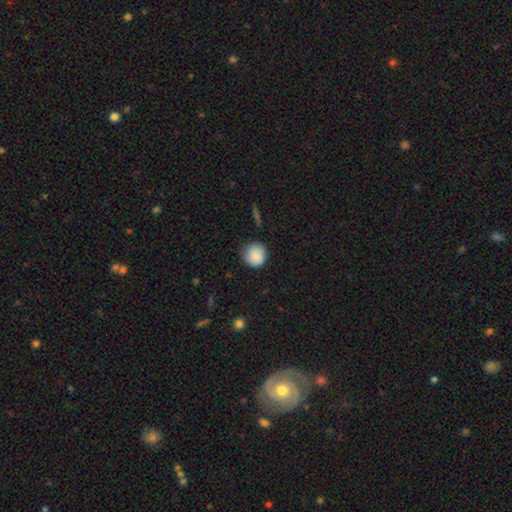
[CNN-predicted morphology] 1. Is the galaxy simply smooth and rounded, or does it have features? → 87% smooth, 8% star or artifact, 6% featured or disk.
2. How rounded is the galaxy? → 92% round, 7% in between, 1% cigar-shaped.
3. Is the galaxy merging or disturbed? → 78% none, 17% minor disturbance, 3% major disturbance, 1% merger.